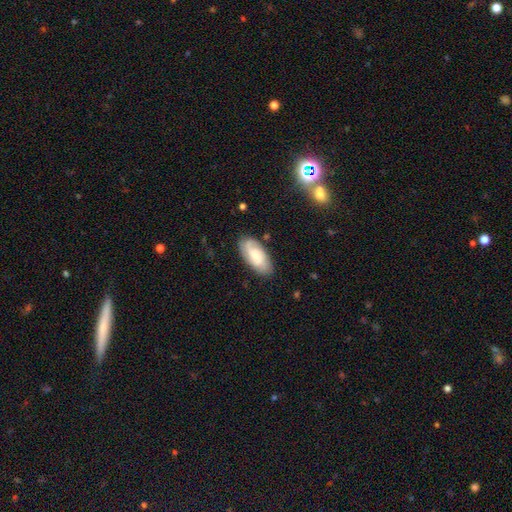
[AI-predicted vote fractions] This appears to be a featured or disk galaxy (50%). Merging: none (79%).